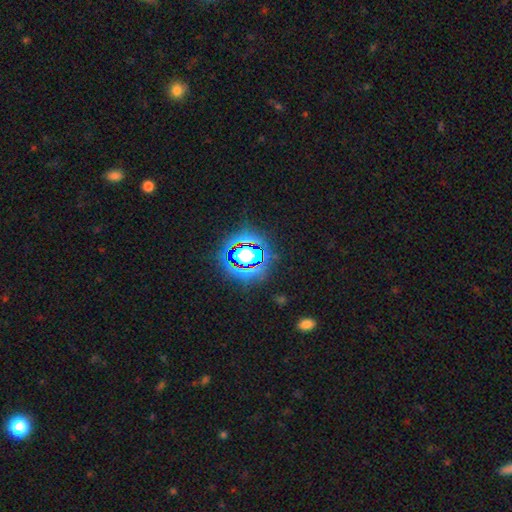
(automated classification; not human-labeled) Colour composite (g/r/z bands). It shows a star or artifact, not a galaxy (79%).